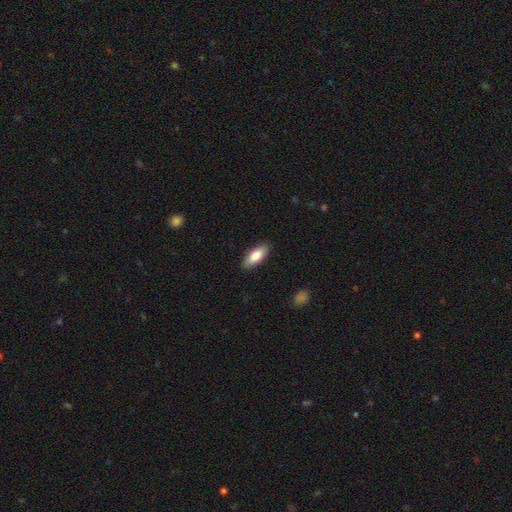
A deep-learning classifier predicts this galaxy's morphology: This appears to be a smooth galaxy with no disk features (83%) that is in between round and cigar-shaped (78%). Merging: none (88%).